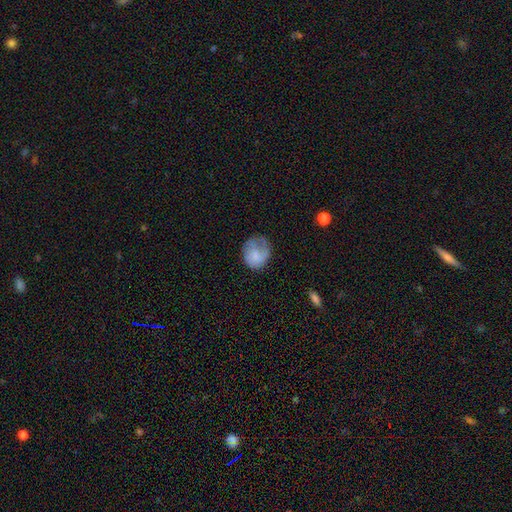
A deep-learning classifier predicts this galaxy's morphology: type=smooth (67%); roundness=round (68%); merging=none (48%).